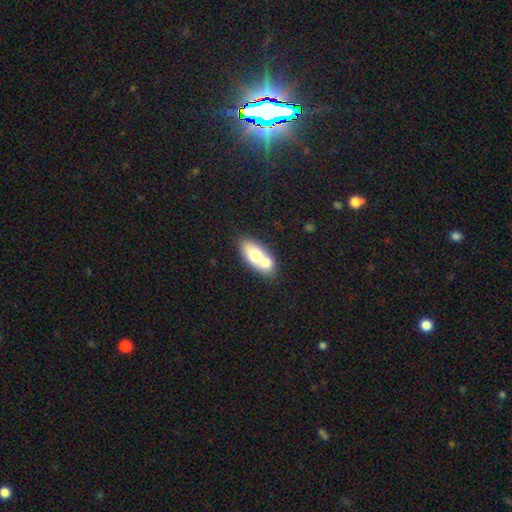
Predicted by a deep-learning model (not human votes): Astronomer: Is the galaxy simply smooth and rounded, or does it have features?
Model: smooth — 65%.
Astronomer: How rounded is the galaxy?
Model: in between — 80%.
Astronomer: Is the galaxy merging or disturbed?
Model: merger — 60%.